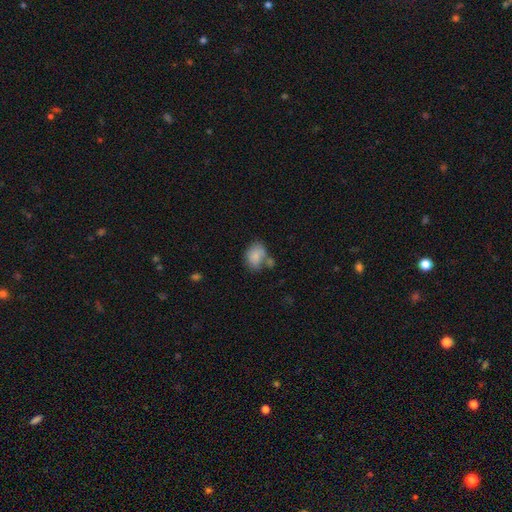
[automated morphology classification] Overall: smooth (81%). How rounded: in between (72%). Merging: none (44%; merger 25%).